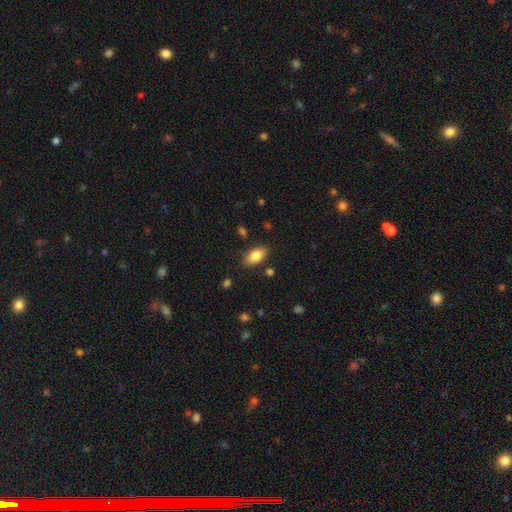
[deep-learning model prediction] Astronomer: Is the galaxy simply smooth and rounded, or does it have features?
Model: smooth — 83%.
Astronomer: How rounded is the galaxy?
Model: in between — 90%.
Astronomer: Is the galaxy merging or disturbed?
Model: none — 84%.